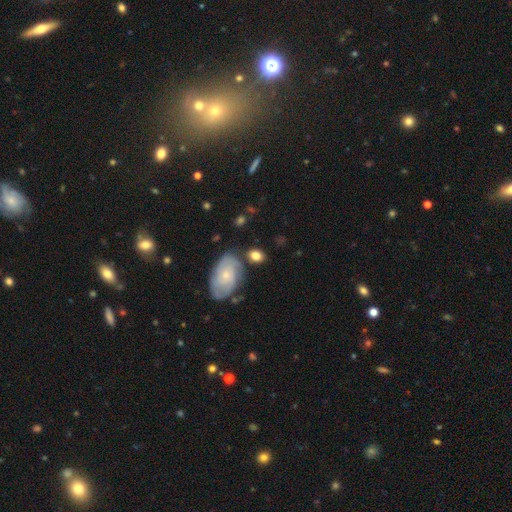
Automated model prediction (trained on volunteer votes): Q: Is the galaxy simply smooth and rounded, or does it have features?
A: smooth — 66%.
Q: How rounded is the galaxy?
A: in between — 65%.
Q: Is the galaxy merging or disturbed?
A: none — 66%.